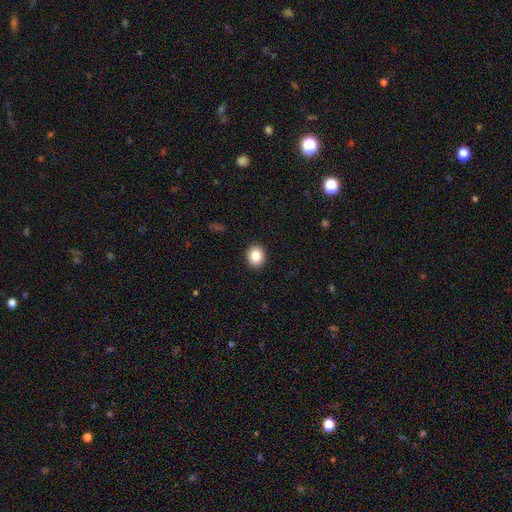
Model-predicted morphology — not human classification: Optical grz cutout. It shows a smooth galaxy with no disk features (86%) that is round (79%). Merging: none (92%).